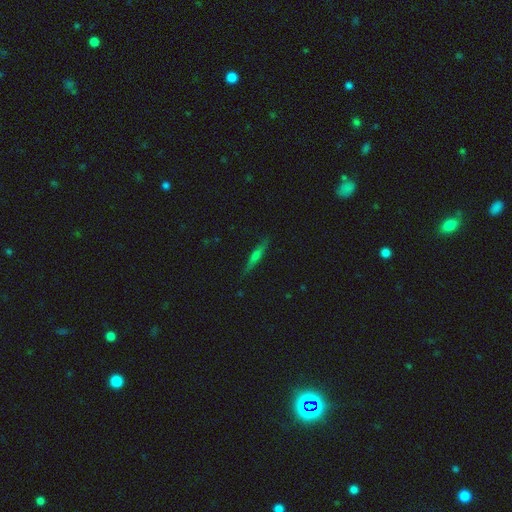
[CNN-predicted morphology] Smooth or featured? featured or disk (48%)
Merging? none (88%)